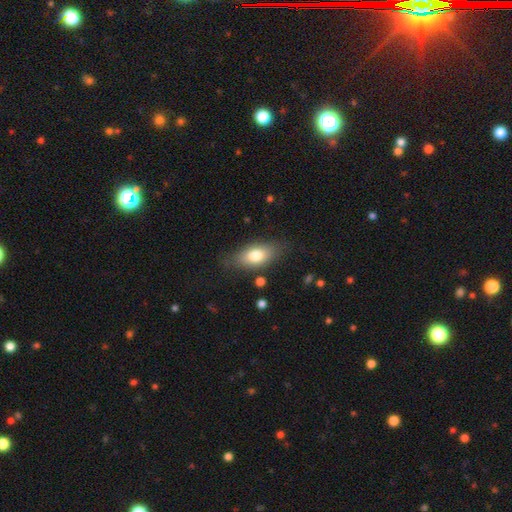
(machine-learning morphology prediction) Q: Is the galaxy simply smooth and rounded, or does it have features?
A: smooth — 76%.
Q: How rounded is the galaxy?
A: in between — 85%.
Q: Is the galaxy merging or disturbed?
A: none — 77%.